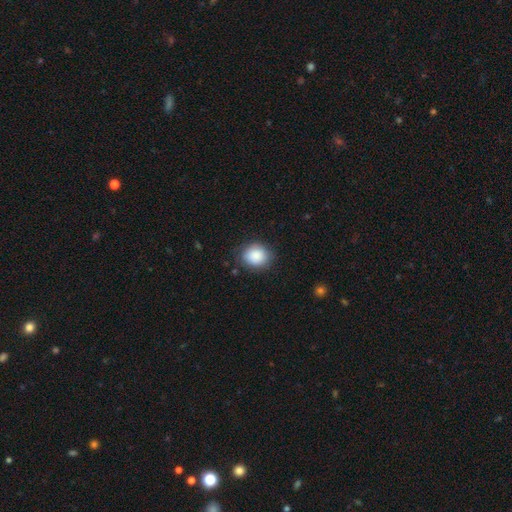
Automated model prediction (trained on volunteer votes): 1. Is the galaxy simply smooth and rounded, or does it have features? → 88% smooth, 7% star or artifact, 5% featured or disk.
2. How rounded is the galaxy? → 65% round, 34% in between, 1% cigar-shaped.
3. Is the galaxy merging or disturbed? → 83% none, 13% minor disturbance, 3% major disturbance, 1% merger.